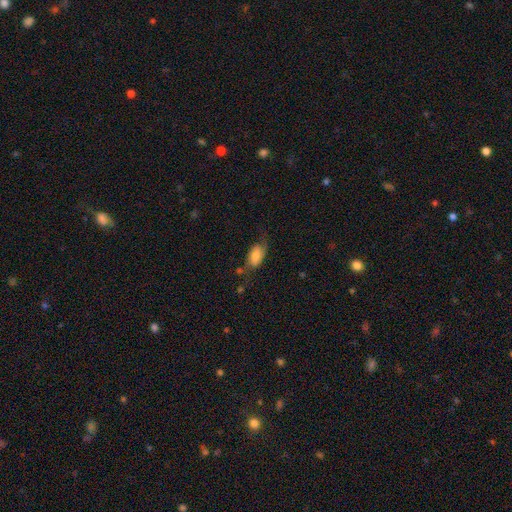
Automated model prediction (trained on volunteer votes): The model was most divided on "merging": none: 47%, minor disturbance: 29%, major disturbance: 20%, merger: 4%. More confident: how rounded — in between (91%); smooth or featured — smooth (62%).